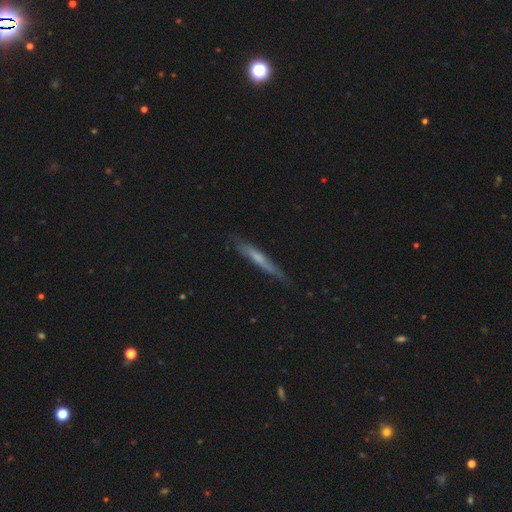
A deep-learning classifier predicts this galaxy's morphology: Smooth or featured?
  - featured or disk: 47% *
  - smooth: 46%
  - star or artifact: 7%
Merging?
  - none: 75% *
  - minor disturbance: 19%
  - major disturbance: 4%
  - merger: 2%